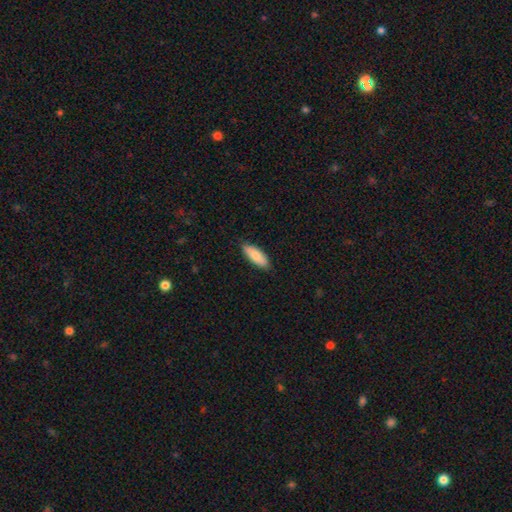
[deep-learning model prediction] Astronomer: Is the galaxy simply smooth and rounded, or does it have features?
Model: smooth — 82%.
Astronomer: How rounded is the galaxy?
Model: in between — 75%.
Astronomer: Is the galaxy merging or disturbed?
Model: none — 84%.